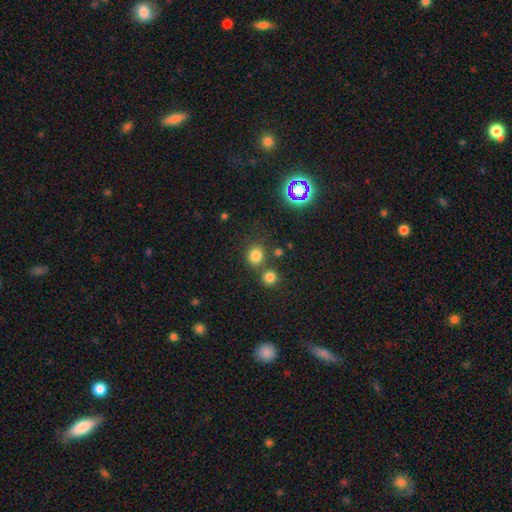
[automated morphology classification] Overall: smooth (76%). How rounded: round (78%). Merging: none (68%).